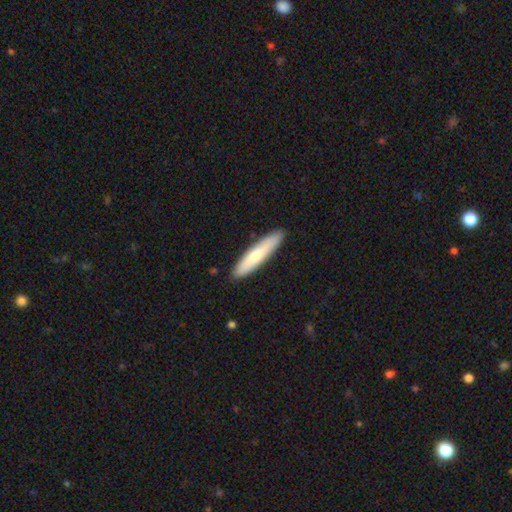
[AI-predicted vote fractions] Smooth or featured? smooth (69%)
How rounded? cigar-shaped (85%)
Merging? none (89%)